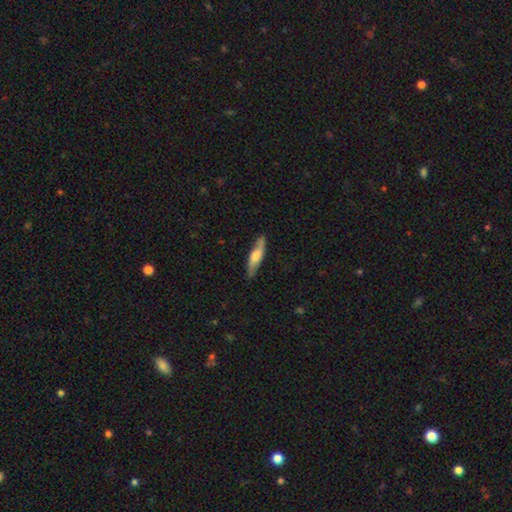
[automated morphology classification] Overall: smooth (52%; featured or disk 42%). How rounded: cigar-shaped (77%). Merging: none (82%).